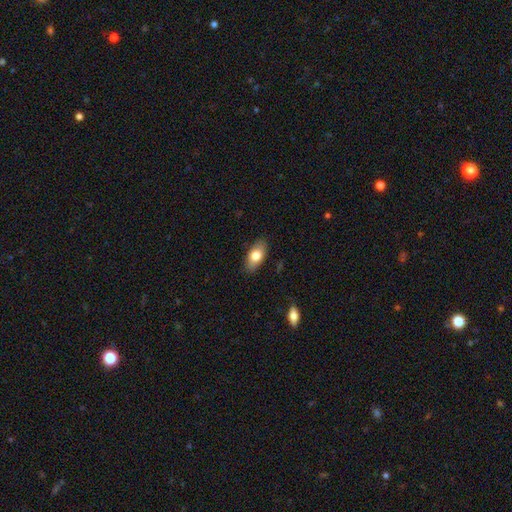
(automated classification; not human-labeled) Smooth or featured?
  - smooth: 77% *
  - featured or disk: 16%
  - star or artifact: 7%
How rounded?
  - in between: 90% *
  - cigar-shaped: 5%
  - round: 5%
Merging?
  - none: 85% *
  - minor disturbance: 11%
  - major disturbance: 2%
  - merger: 1%